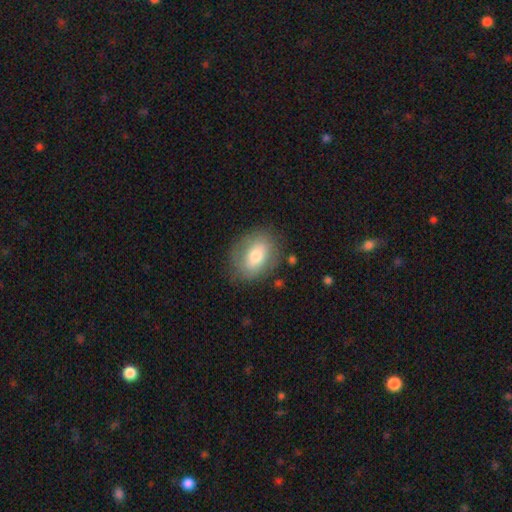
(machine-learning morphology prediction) This is likely a smooth galaxy (67%). How rounded: likely in between (71%). Merging: likely none (76%).